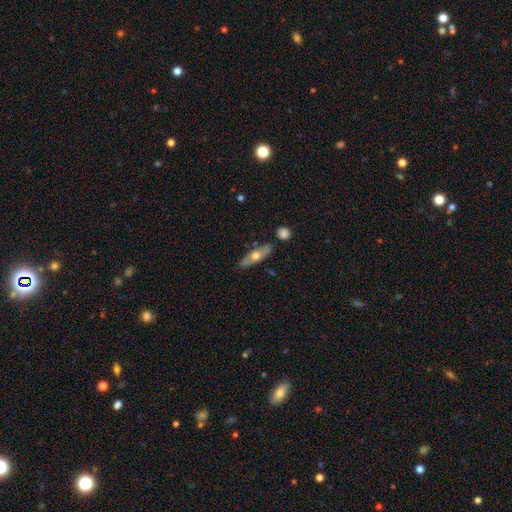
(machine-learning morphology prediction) Smooth or featured? Predicted: featured or disk (p=0.50). Edge-on disk? Predicted: yes (p=0.54). Merging? Predicted: none (p=0.79).